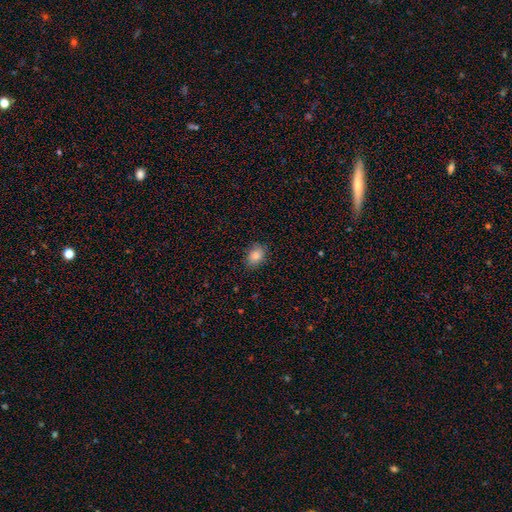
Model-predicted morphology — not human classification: This is clearly a smooth galaxy (82%). How rounded: likely in between (68%). Merging: clearly none (84%).